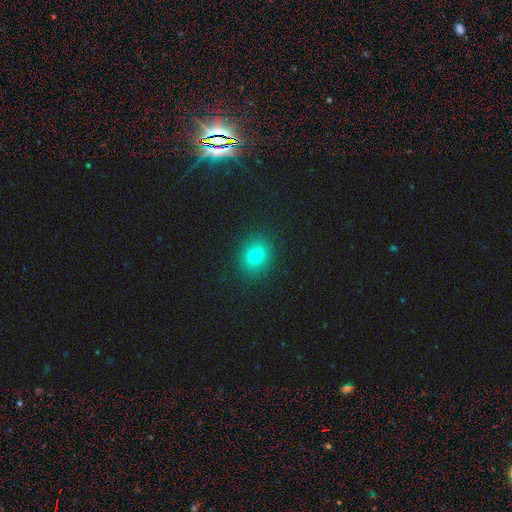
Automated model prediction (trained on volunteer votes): Smooth or featured: smooth — 76% (star or artifact — 15%)
How rounded: round — 71% (in between — 28%)
Merging: none — 90% (minor disturbance — 7%)